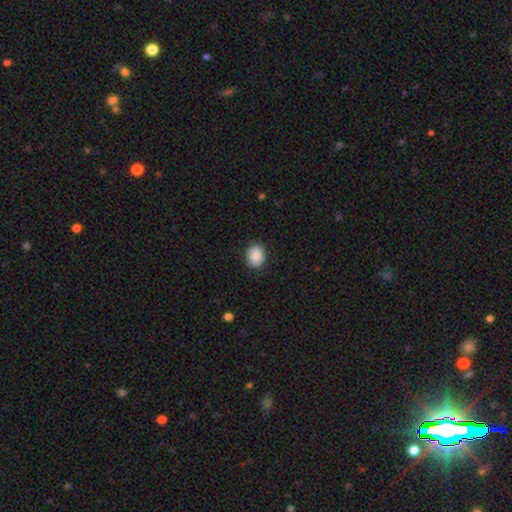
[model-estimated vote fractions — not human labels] Smooth or featured? Predicted: smooth (p=0.86). How rounded? Predicted: round (p=0.52). Merging? Predicted: none (p=0.88).